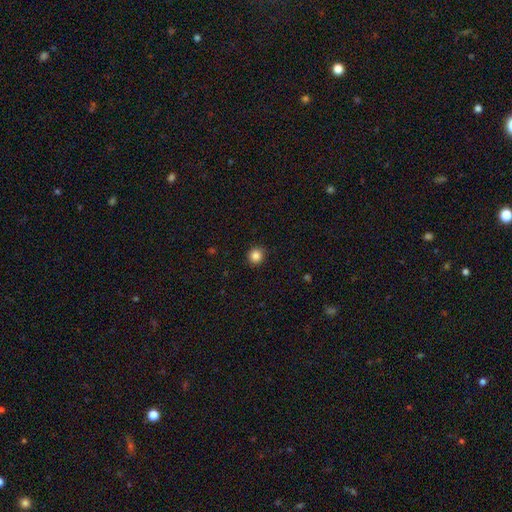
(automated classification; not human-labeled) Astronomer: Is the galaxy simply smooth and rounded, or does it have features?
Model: smooth — 85%.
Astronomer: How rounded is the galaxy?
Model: round — 93%.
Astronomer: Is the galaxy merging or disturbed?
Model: none — 91%.